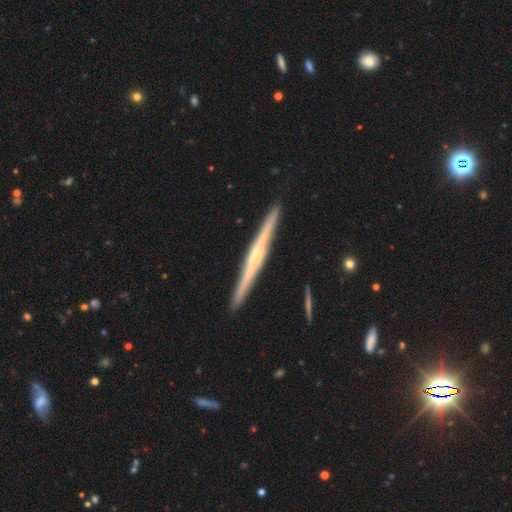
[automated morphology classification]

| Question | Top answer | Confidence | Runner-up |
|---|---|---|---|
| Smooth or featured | featured or disk | 79% | smooth (16%) |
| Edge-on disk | yes | 98% | no (2%) |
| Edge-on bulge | rounded | 60% | none (23%) |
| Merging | none | 92% | minor disturbance (5%) |